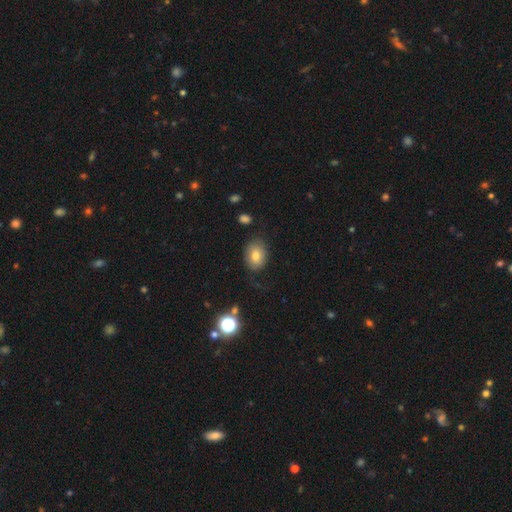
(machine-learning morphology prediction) A smooth galaxy with no disk features (77%) that is in between round and cigar-shaped (63%).

Vote fractions:
- Smooth or featured? smooth: 77% / featured or disk: 13% / star or artifact: 10%
- How rounded? in between: 63% / round: 36% / cigar-shaped: 1%
- Merging? none: 74% / minor disturbance: 18% / major disturbance: 6% / merger: 2%